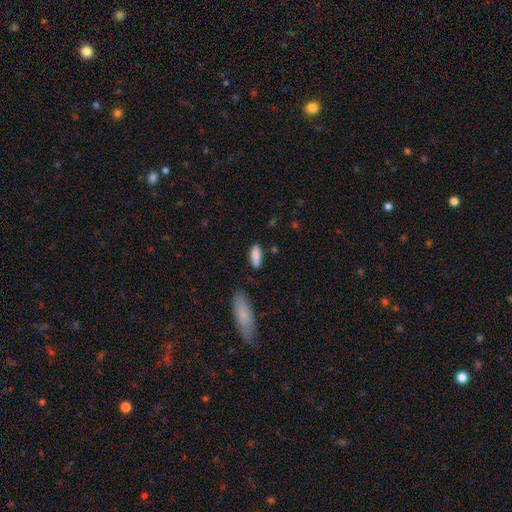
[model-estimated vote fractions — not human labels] The model was most divided on "how rounded": in between: 70%, cigar-shaped: 28%, round: 2%. More confident: smooth or featured — smooth (86%); merging — none (78%).